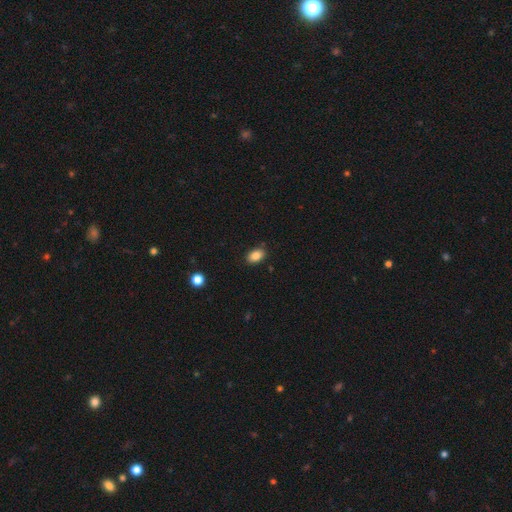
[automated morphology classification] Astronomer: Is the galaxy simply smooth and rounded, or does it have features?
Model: smooth — 86%.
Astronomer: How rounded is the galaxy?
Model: in between — 85%.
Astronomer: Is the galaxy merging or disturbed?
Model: none — 85%.